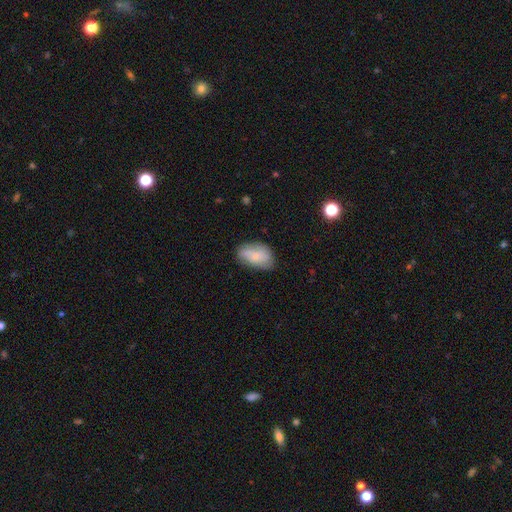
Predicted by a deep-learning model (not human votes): smooth 64%, featured or disk 29%, star or artifact 7%. Down the decision tree: how rounded — in between (89%); merging — none (64%).